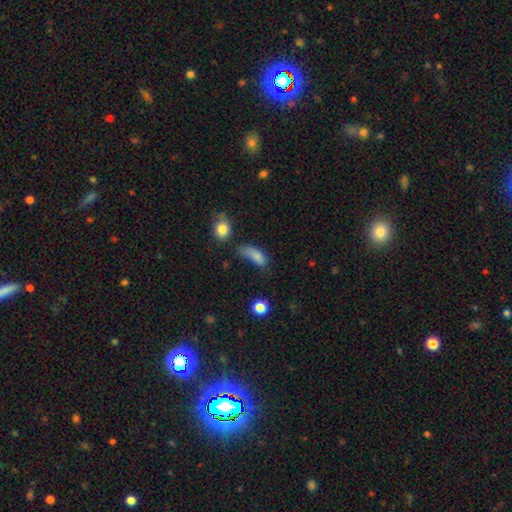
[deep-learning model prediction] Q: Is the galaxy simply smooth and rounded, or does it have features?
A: smooth — 79%.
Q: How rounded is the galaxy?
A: in between — 73%.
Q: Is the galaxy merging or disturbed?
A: minor disturbance — 31%.